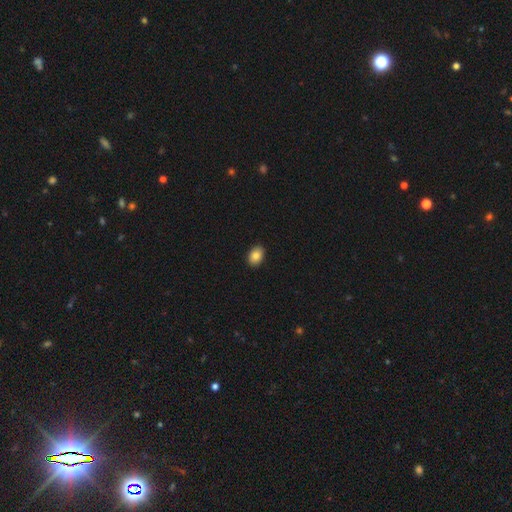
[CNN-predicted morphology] Smooth or featured?
  - smooth: 85% *
  - star or artifact: 8%
  - featured or disk: 7%
How rounded?
  - in between: 80% *
  - round: 19%
  - cigar-shaped: 1%
Merging?
  - none: 90% *
  - minor disturbance: 7%
  - major disturbance: 2%
  - merger: 1%